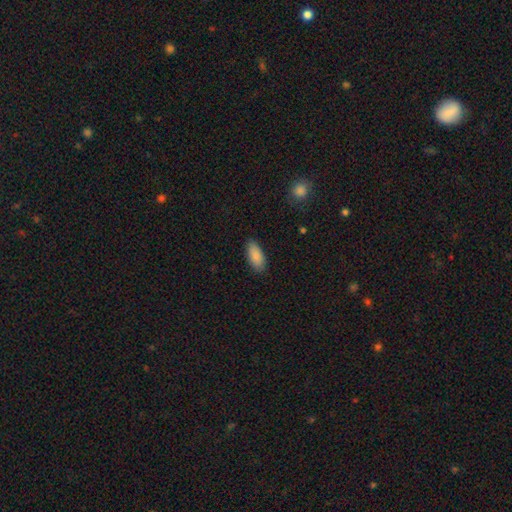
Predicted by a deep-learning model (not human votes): Smooth or featured?
  - smooth: 88% *
  - star or artifact: 6%
  - featured or disk: 6%
How rounded?
  - in between: 86% *
  - cigar-shaped: 12%
  - round: 2%
Merging?
  - none: 87% *
  - minor disturbance: 10%
  - major disturbance: 2%
  - merger: 1%